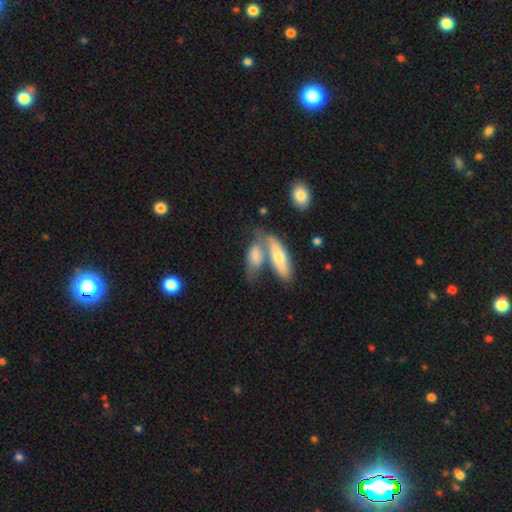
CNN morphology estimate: type=smooth (65%); roundness=in between (73%); merging=merger (58%).